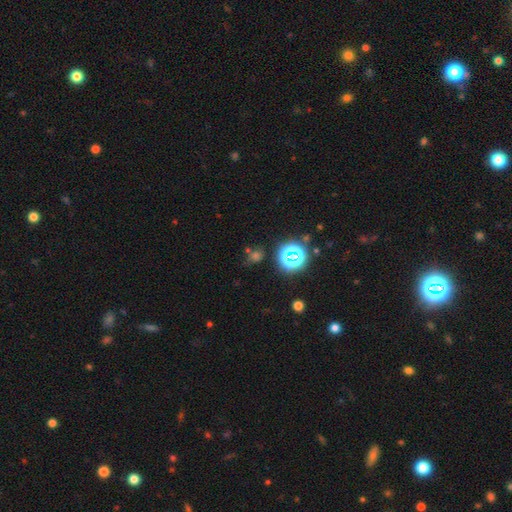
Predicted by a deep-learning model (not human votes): star or artifact 54%, smooth 38%, featured or disk 8%.